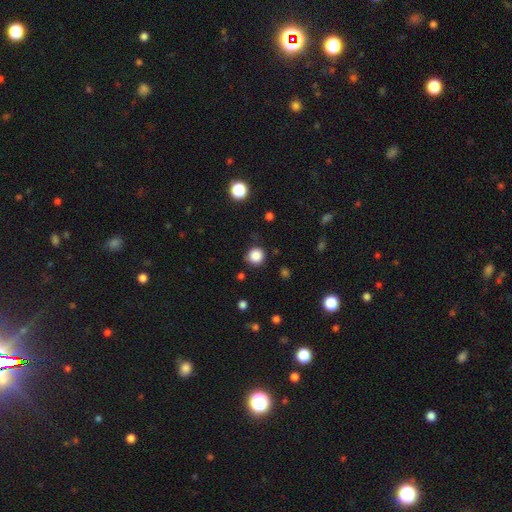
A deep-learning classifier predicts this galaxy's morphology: Q: Smooth or featured?
A: smooth (85%); runner-up: star or artifact (12%)
Q: How rounded?
A: round (93%); runner-up: in between (6%)
Q: Merging?
A: none (85%); runner-up: minor disturbance (10%)